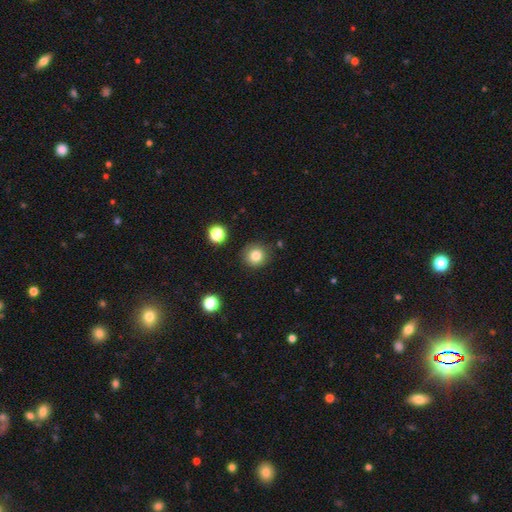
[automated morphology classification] smooth 83%, star or artifact 11%, featured or disk 6%. Down the decision tree: how rounded — round (92%); merging — none (86%).